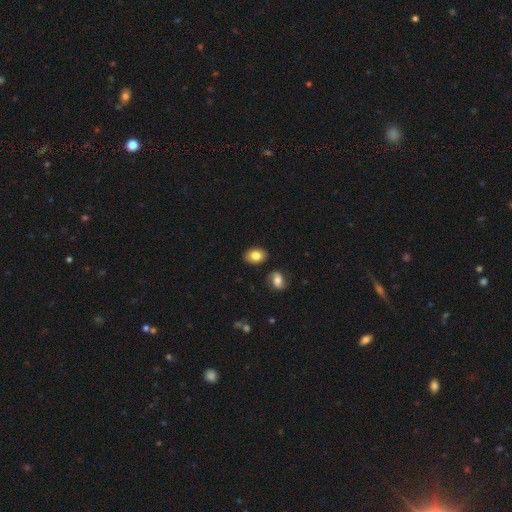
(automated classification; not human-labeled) A smooth galaxy with no disk features (81%) that is in between round and cigar-shaped (78%).

Vote fractions:
- Smooth or featured? smooth: 81% / featured or disk: 11% / star or artifact: 8%
- How rounded? in between: 78% / round: 21% / cigar-shaped: 1%
- Merging? none: 85% / minor disturbance: 9% / merger: 4% / major disturbance: 2%